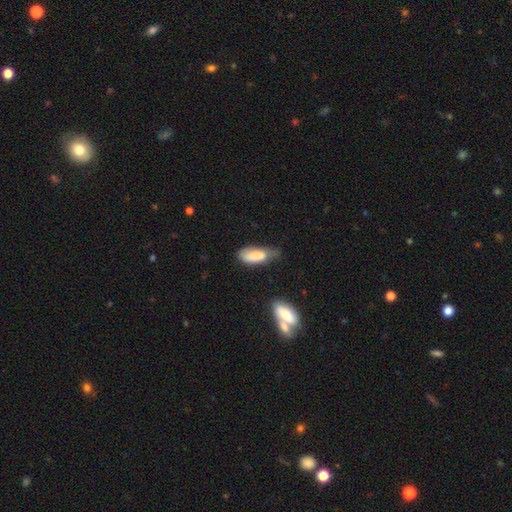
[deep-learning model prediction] A smooth galaxy with no disk features (78%) that is in between round and cigar-shaped (75%). Merging: minor disturbance (45%).